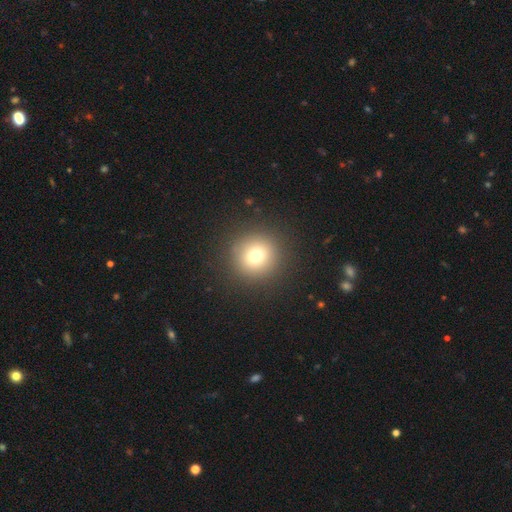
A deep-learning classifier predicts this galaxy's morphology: smooth_or_featured: smooth (p=0.76) [alt: star or artifact p=0.14]
how_rounded: round (p=0.93) [alt: in between p=0.06]
merging: none (p=0.91) [alt: minor disturbance p=0.05]